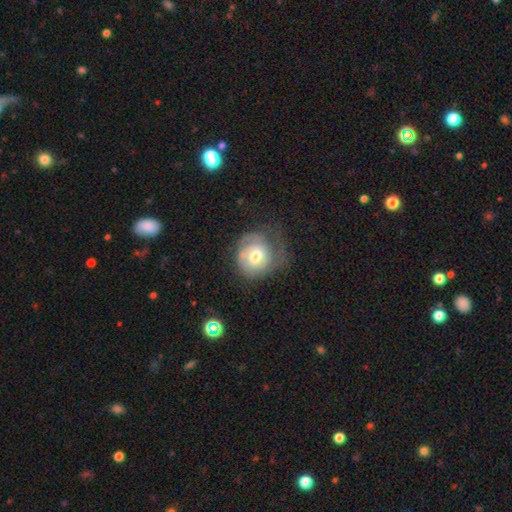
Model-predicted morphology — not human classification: Smooth or featured: featured or disk — 50% (smooth — 42%)
Edge-on disk: no — 97% (yes — 3%)
Merging: none — 44% (minor disturbance — 28%)